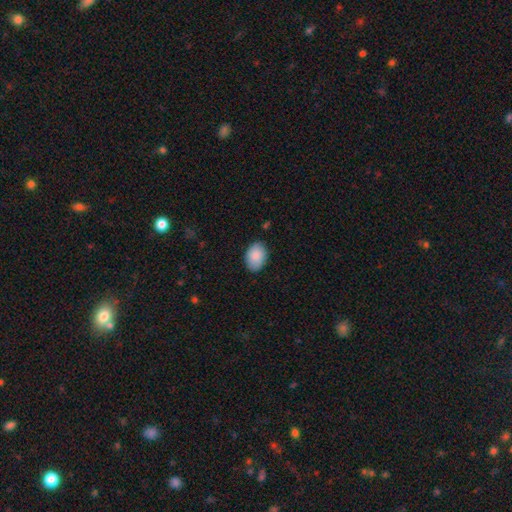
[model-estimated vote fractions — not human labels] smooth 88%, star or artifact 6%, featured or disk 6%. Down the decision tree: how rounded — in between (84%); merging — none (84%).